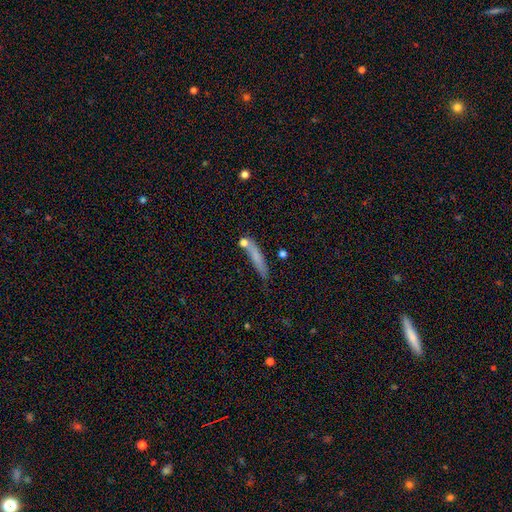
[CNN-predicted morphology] smooth-or-featured: smooth: 68% | featured or disk: 23% | star or artifact: 9%
  how-rounded: cigar-shaped: 88% | in between: 9% | round: 3%
  merging: none: 63% | minor disturbance: 18% | merger: 12% | major disturbance: 7%